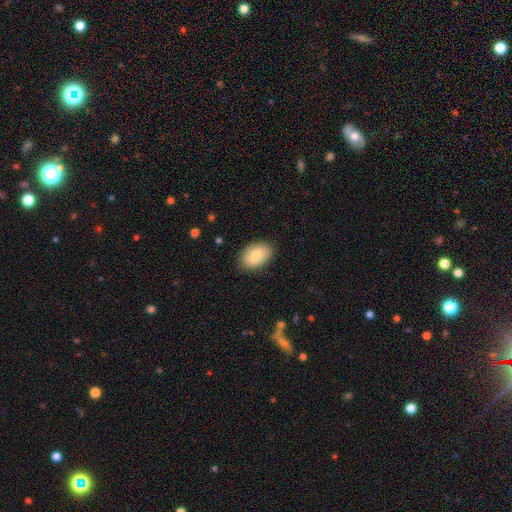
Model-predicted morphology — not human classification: This is likely a smooth galaxy (77%). How rounded: clearly in between (88%). Merging: clearly none (85%).